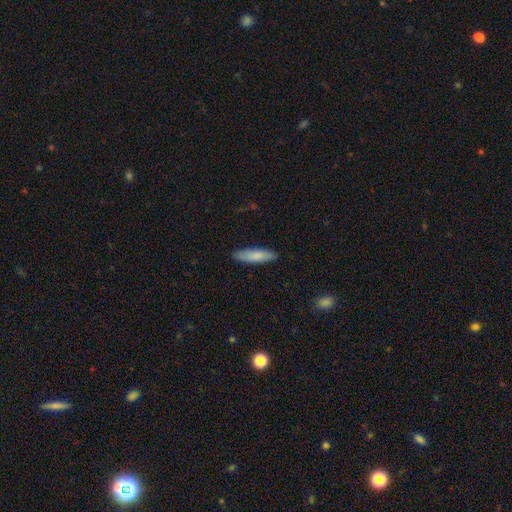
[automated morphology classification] Smooth or featured? Predicted: smooth (p=0.80). How rounded? Predicted: cigar-shaped (p=0.71). Merging? Predicted: none (p=0.88).